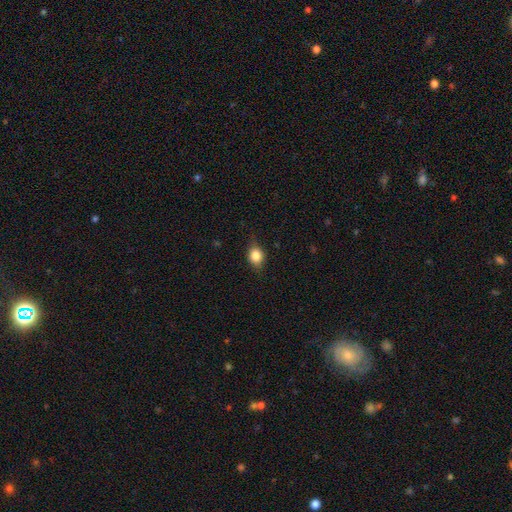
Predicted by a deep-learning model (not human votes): smooth 80%, featured or disk 10%, star or artifact 9%. Down the decision tree: how rounded — round (51%); merging — none (76%).